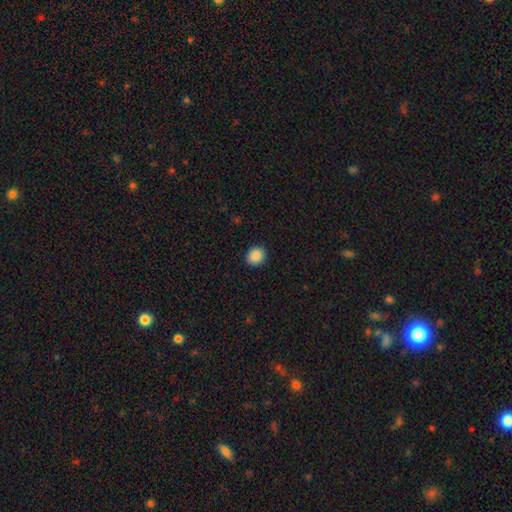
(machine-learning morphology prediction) Smooth or featured?
  - smooth: 88% *
  - star or artifact: 9%
  - featured or disk: 3%
How rounded?
  - round: 80% *
  - in between: 19%
  - cigar-shaped: 1%
Merging?
  - none: 91% *
  - minor disturbance: 6%
  - major disturbance: 2%
  - merger: 1%